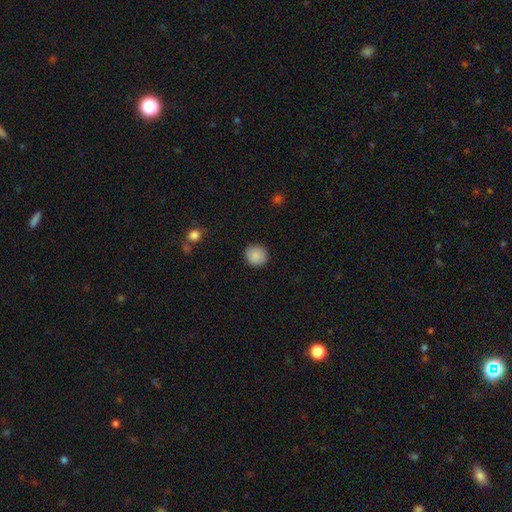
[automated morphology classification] smooth 89%, star or artifact 8%, featured or disk 3%. Down the decision tree: how rounded — round (91%); merging — none (90%).